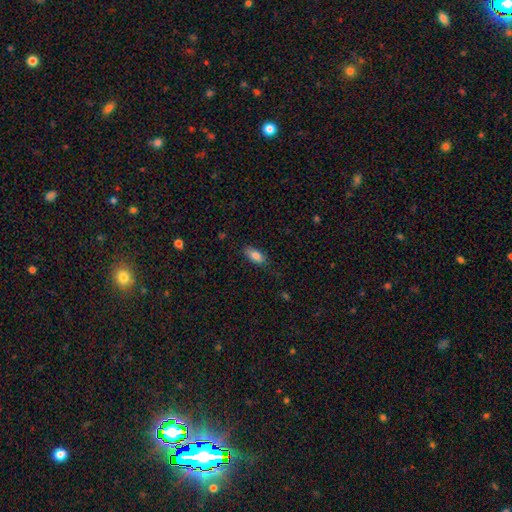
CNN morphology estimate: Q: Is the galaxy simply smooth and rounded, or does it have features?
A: smooth — 84%.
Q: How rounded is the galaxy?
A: in between — 86%.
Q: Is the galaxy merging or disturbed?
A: none — 81%.